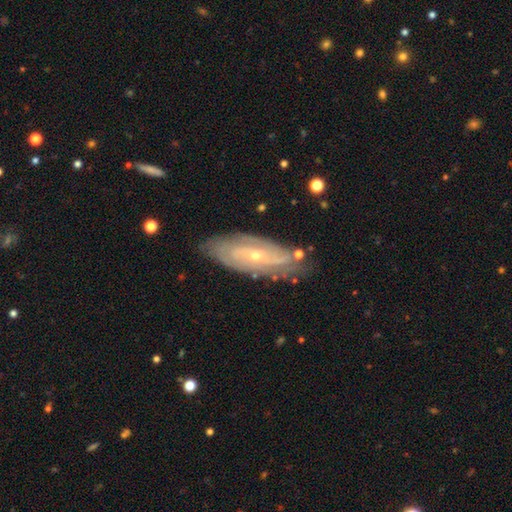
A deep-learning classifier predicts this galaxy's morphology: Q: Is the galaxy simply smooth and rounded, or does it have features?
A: featured or disk — 81%.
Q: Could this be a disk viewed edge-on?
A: no — 86%.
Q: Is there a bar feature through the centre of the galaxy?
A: no — 64%.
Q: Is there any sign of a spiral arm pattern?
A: yes — 89%.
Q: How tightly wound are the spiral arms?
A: tight — 61%.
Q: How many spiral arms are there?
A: can't tell — 41%.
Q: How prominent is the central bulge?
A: small — 74%.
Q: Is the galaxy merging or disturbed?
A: none — 76%.